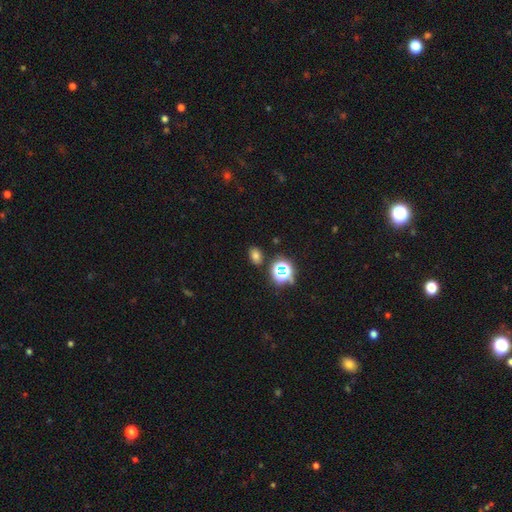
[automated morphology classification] This is likely a smooth galaxy (67%). How rounded: likely in between (72%). Merging: clearly none (83%).